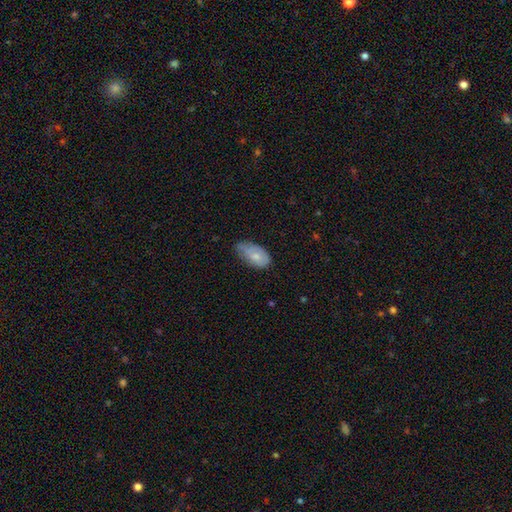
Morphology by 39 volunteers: Smooth or featured? smooth (62%)
How rounded? in between (83%)
Merging? minor disturbance (44%)